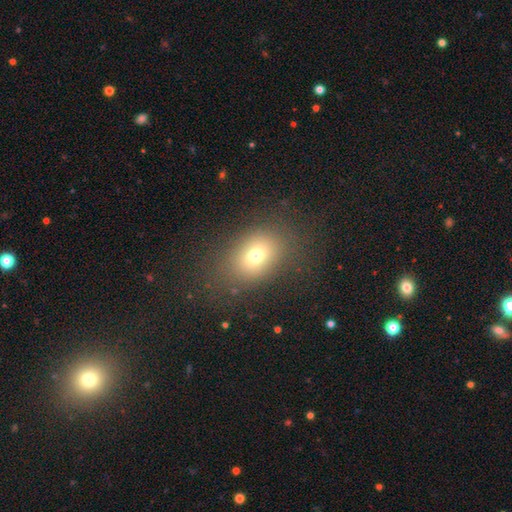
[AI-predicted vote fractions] The model was most divided on "how rounded": in between: 70%, round: 29%, cigar-shaped: 1%. More confident: merging — none (79%); smooth or featured — smooth (71%).